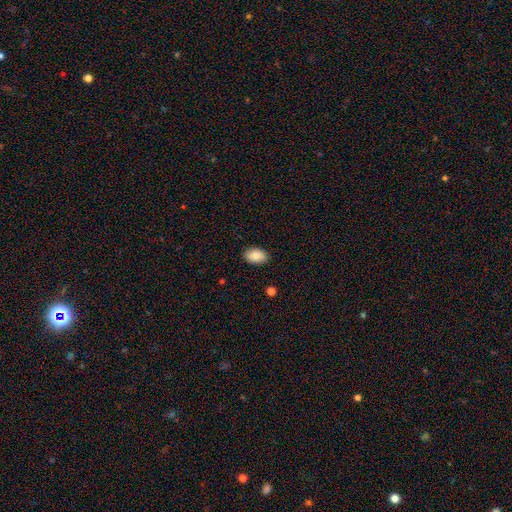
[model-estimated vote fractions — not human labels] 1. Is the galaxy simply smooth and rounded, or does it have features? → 87% smooth, 7% star or artifact, 6% featured or disk.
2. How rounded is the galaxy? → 90% in between, 9% round, 1% cigar-shaped.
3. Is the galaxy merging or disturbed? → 87% none, 10% minor disturbance, 2% major disturbance, 1% merger.